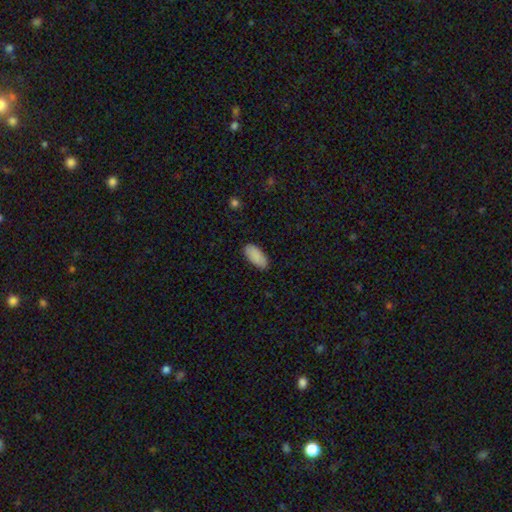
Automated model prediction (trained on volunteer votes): smooth_or_featured: smooth (p=0.89) [alt: star or artifact p=0.06]
how_rounded: in between (p=0.92) [alt: cigar-shaped p=0.06]
merging: none (p=0.86) [alt: minor disturbance p=0.11]